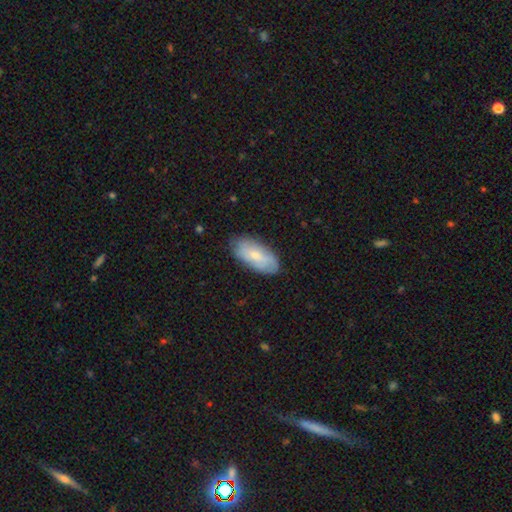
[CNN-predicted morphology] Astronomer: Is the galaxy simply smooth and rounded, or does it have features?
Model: smooth — 61%.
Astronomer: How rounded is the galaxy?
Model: in between — 91%.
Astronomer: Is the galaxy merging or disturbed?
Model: none — 80%.